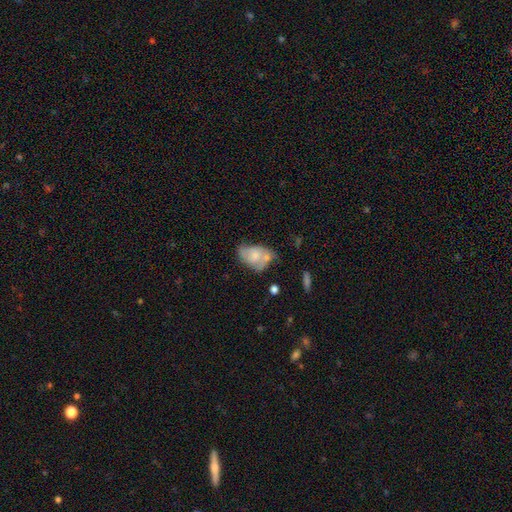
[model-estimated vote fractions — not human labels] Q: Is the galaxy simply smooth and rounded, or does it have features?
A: smooth — 51%.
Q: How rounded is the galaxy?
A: in between — 86%.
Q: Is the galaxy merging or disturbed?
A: none — 30%.